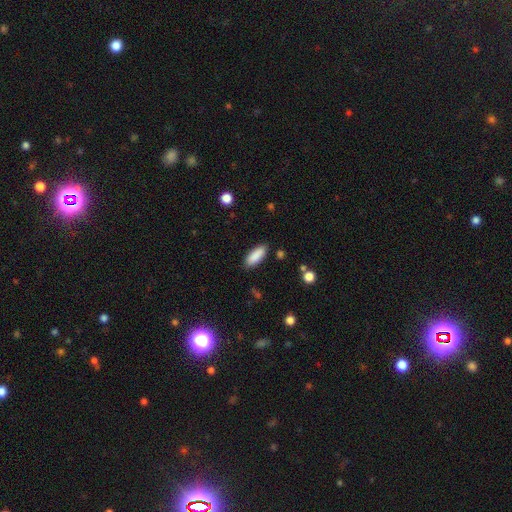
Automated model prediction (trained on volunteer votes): Smooth or featured: smooth — 88% (star or artifact — 7%)
How rounded: in between — 69% (cigar-shaped — 29%)
Merging: none — 87% (minor disturbance — 10%)